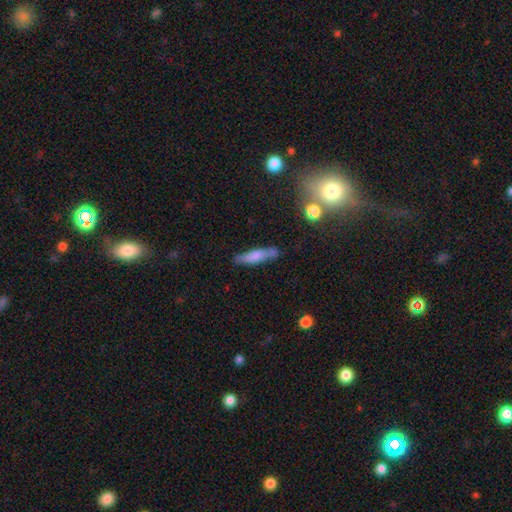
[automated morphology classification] Smooth or featured: smooth — 65% (featured or disk — 26%)
How rounded: cigar-shaped — 78% (in between — 20%)
Merging: none — 69% (minor disturbance — 19%)